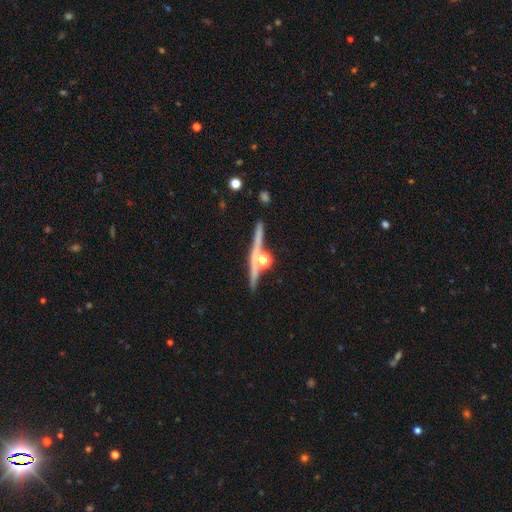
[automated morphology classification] smooth_or_featured: featured or disk (p=0.82) [alt: star or artifact p=0.09]
disk_edge_on: yes (p=0.95) [alt: no p=0.05]
edge_on_bulge: rounded (p=0.91) [alt: none p=0.05]
merging: none (p=0.74) [alt: minor disturbance p=0.11]